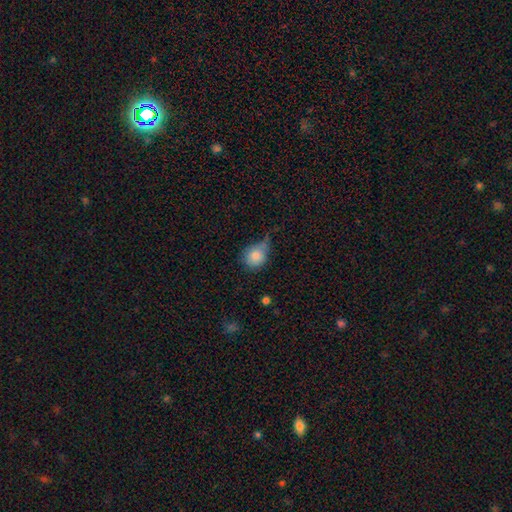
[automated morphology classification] smooth 83%, star or artifact 9%, featured or disk 8%. Down the decision tree: how rounded — round (65%); merging — minor disturbance (41%).